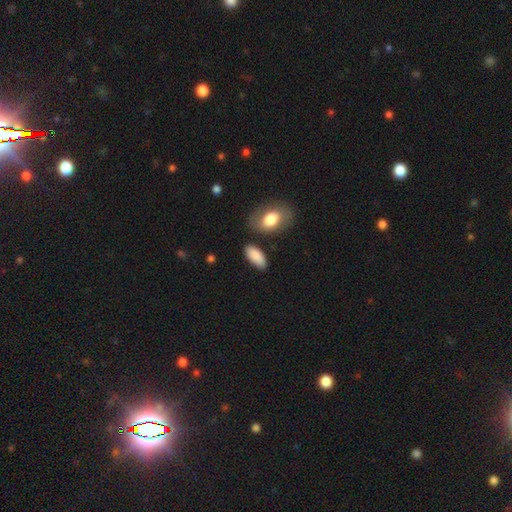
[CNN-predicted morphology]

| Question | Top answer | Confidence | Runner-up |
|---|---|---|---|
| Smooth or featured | smooth | 87% | featured or disk (7%) |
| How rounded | in between | 88% | cigar-shaped (9%) |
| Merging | none | 79% | minor disturbance (12%) |